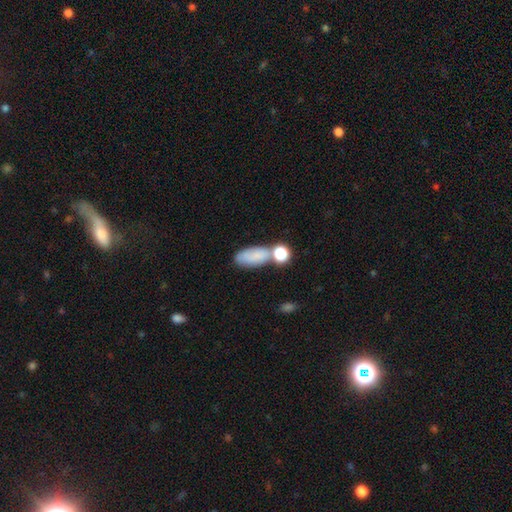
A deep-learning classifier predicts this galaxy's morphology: This appears to be a smooth galaxy with no disk features (77%) that is in between round and cigar-shaped (82%). Merging: none (48%).